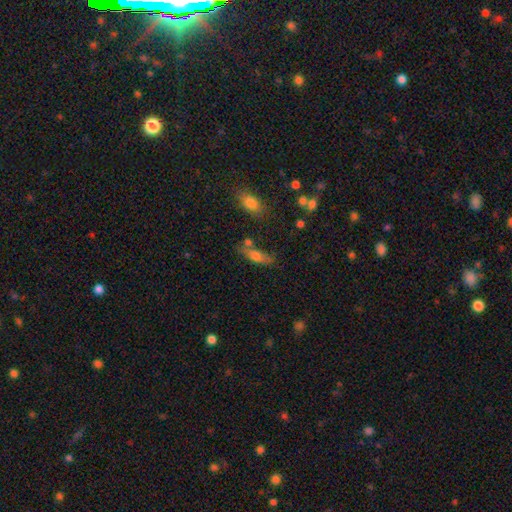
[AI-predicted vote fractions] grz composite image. It shows a smooth galaxy with no disk features (65%) that is in between round and cigar-shaped (58%). Merging: none (53%).